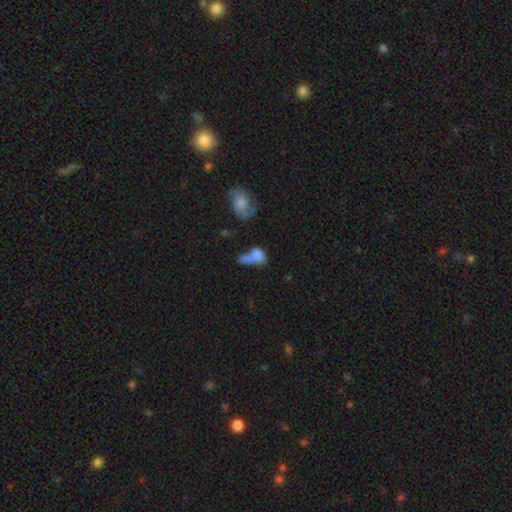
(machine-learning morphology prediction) Smooth or featured? smooth (67%)
How rounded? in between (76%)
Merging? merger (50%)